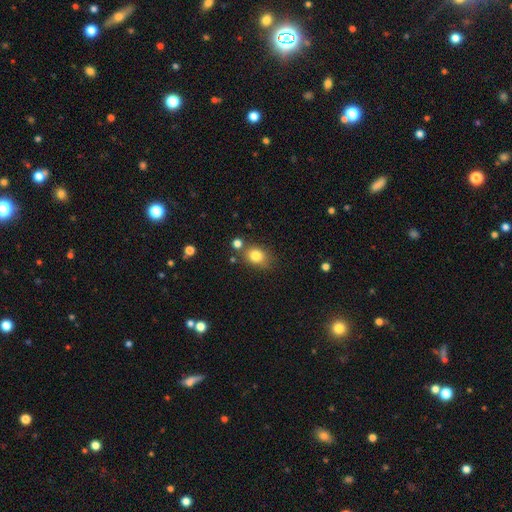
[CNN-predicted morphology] Smooth or featured? Predicted: smooth (p=0.81). How rounded? Predicted: in between (p=0.56). Merging? Predicted: none (p=0.70).